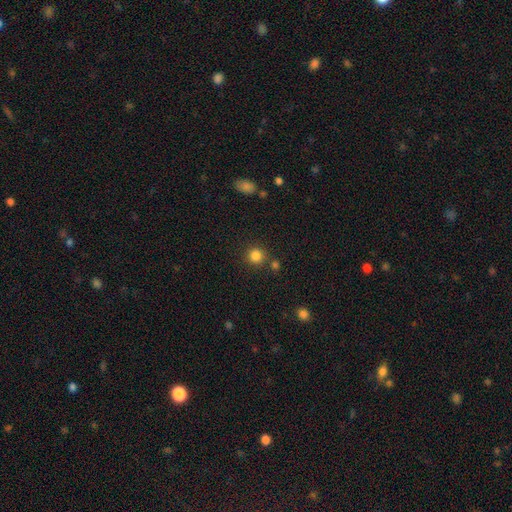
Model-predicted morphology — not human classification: Q: Smooth or featured?
A: smooth (83%); runner-up: star or artifact (12%)
Q: How rounded?
A: round (93%); runner-up: in between (6%)
Q: Merging?
A: none (82%); runner-up: merger (8%)